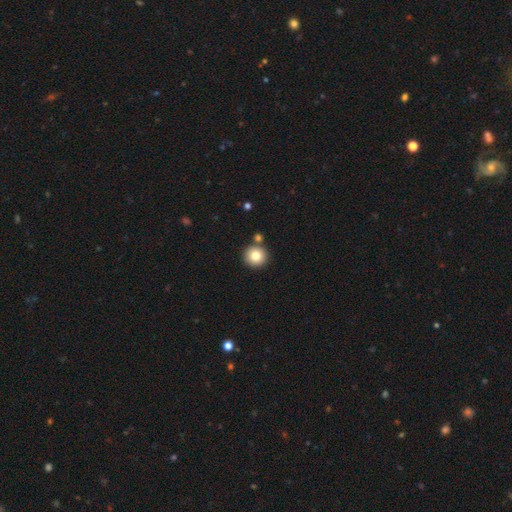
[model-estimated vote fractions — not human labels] This appears to be a smooth galaxy with no disk features (81%) that is round (94%). Merging: none (80%).